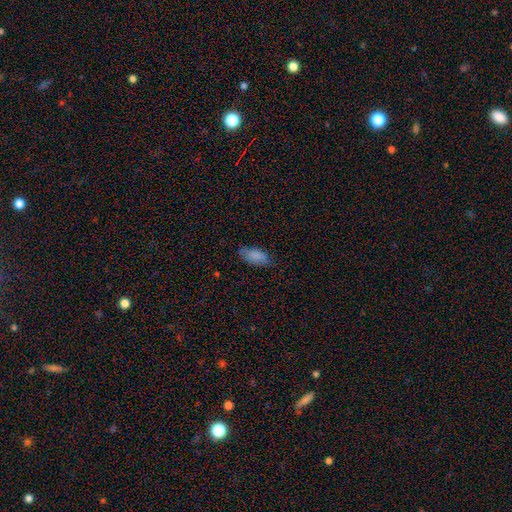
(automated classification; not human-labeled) Smooth or featured: smooth — 84% (featured or disk — 9%)
How rounded: in between — 87% (cigar-shaped — 11%)
Merging: none — 71% (minor disturbance — 23%)